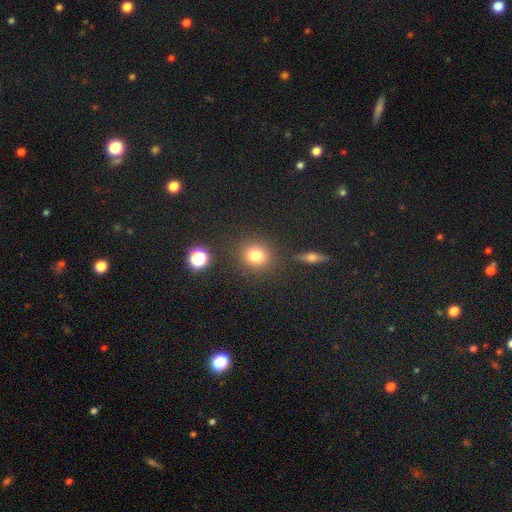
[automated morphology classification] smooth_or_featured: smooth (p=0.77) [alt: star or artifact p=0.15]
how_rounded: round (p=0.86) [alt: in between p=0.12]
merging: none (p=0.85) [alt: minor disturbance p=0.08]